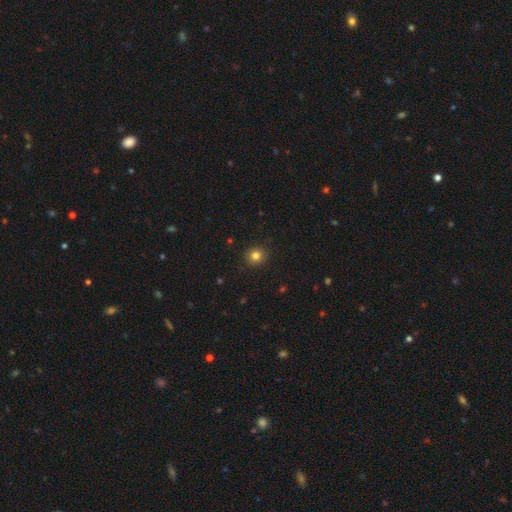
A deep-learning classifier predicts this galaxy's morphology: The model was most divided on "how rounded": round: 83%, in between: 16%, cigar-shaped: 1%. More confident: merging — none (90%); smooth or featured — smooth (82%).